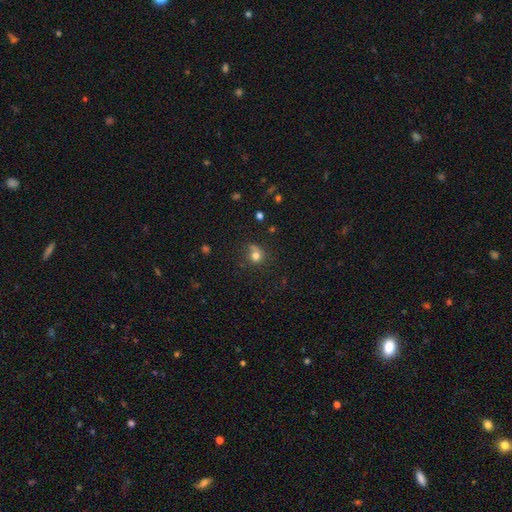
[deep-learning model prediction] The model was most divided on "merging": none: 56%, minor disturbance: 24%, major disturbance: 12%, merger: 8%. More confident: how rounded — round (81%); smooth or featured — smooth (76%).